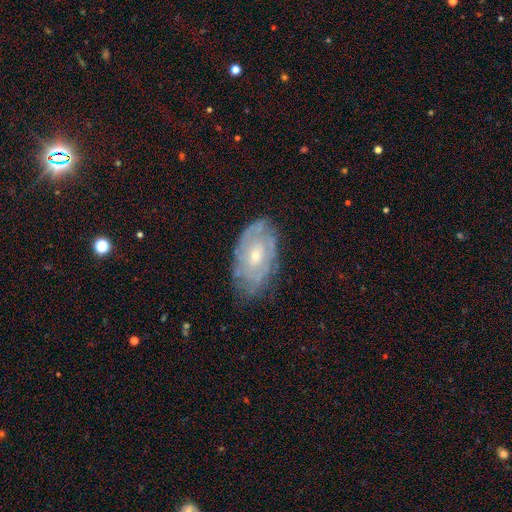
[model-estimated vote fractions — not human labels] Smooth or featured? featured or disk (72%)
Edge-on disk? no (93%)
Bar? no (76%)
Spiral arms? yes (76%)
Spiral winding? tight (68%)
Spiral arm count? can't tell (59%)
Bulge size? small (65%)
Merging? none (71%)